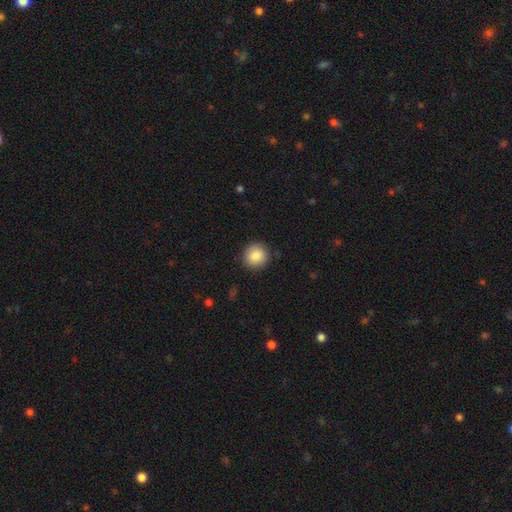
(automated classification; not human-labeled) Smooth or featured: smooth — 87% (star or artifact — 8%)
How rounded: round — 92% (in between — 7%)
Merging: none — 89% (minor disturbance — 8%)